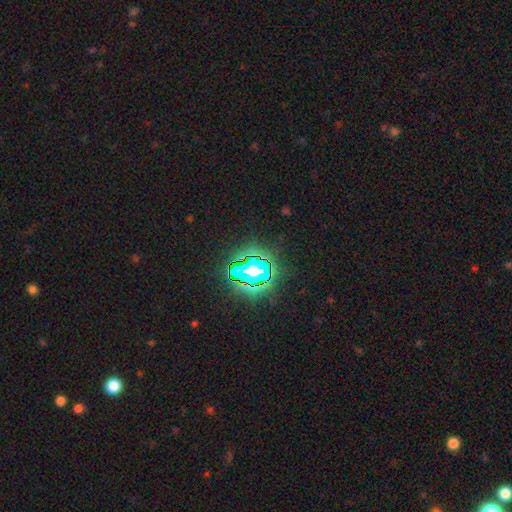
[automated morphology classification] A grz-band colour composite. It shows a star or artifact, not a galaxy (83%).